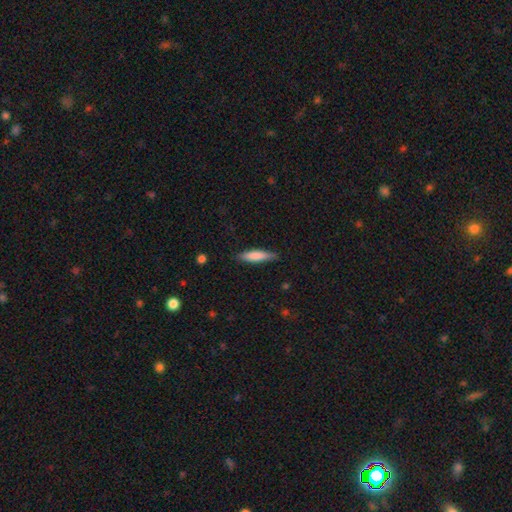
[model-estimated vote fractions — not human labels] A smooth galaxy with no disk features (76%) that is cigar-shaped (78%).

Vote fractions:
- Smooth or featured? smooth: 76% / featured or disk: 18% / star or artifact: 6%
- How rounded? cigar-shaped: 78% / in between: 20% / round: 1%
- Merging? none: 84% / minor disturbance: 13% / major disturbance: 2% / merger: 1%